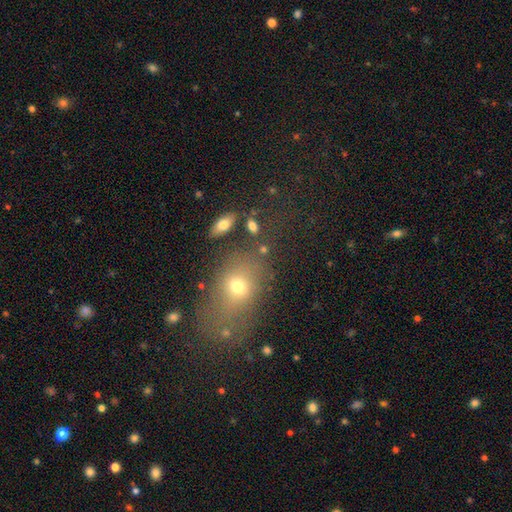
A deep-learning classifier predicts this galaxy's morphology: smooth 56%, star or artifact 29%, featured or disk 15%. Down the decision tree: how rounded — in between (58%); merging — none (65%).